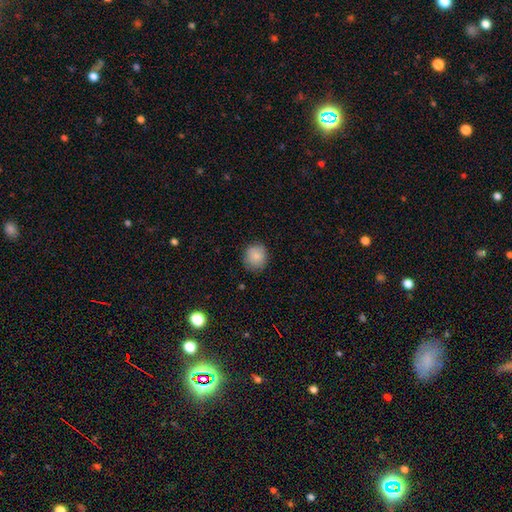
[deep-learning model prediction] Smooth or featured? smooth (86%)
How rounded? round (86%)
Merging? none (84%)